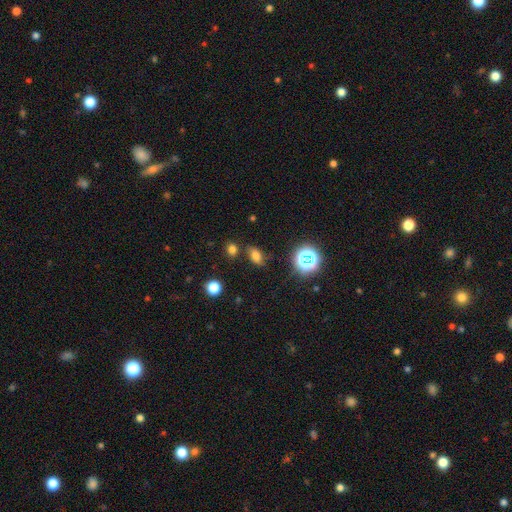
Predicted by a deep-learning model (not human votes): Smooth or featured: smooth — 69% (star or artifact — 22%)
How rounded: in between — 81% (round — 15%)
Merging: none — 72% (minor disturbance — 16%)